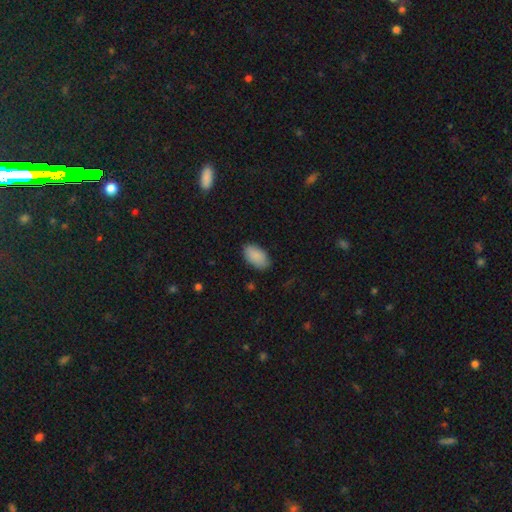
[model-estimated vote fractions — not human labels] A smooth galaxy with no disk features (89%) that is in between round and cigar-shaped (95%). Merging: none (84%).